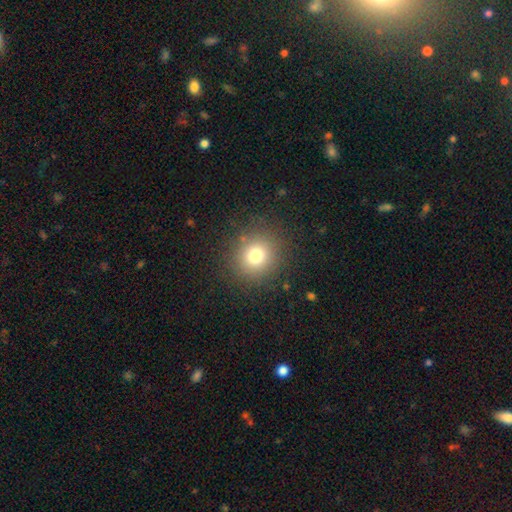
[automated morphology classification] Smooth or featured?
  - smooth: 76% *
  - star or artifact: 15%
  - featured or disk: 9%
How rounded?
  - round: 89% *
  - in between: 10%
  - cigar-shaped: 1%
Merging?
  - none: 88% *
  - minor disturbance: 7%
  - major disturbance: 4%
  - merger: 1%